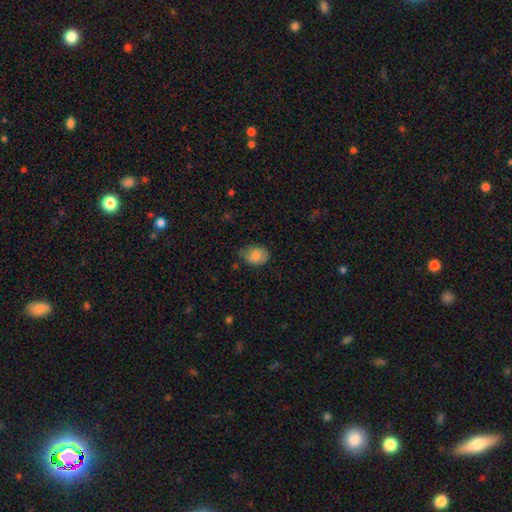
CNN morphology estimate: The model was most divided on "how rounded": in between: 65%, round: 34%, cigar-shaped: 1%. More confident: smooth or featured — smooth (78%); merging — none (64%).